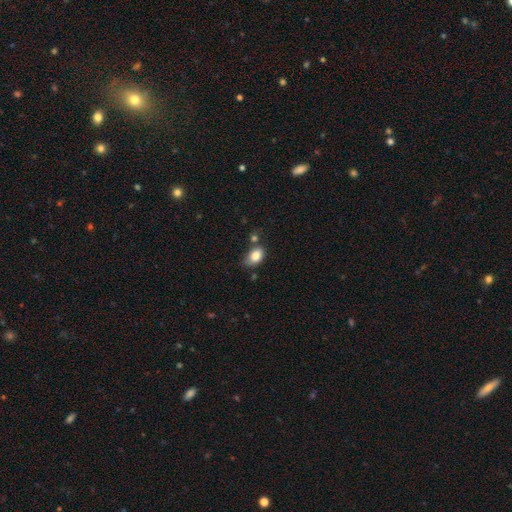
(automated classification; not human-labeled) The model was most divided on "merging": none: 60%, minor disturbance: 24%, merger: 10%, major disturbance: 6%. More confident: how rounded — in between (84%); smooth or featured — smooth (83%).